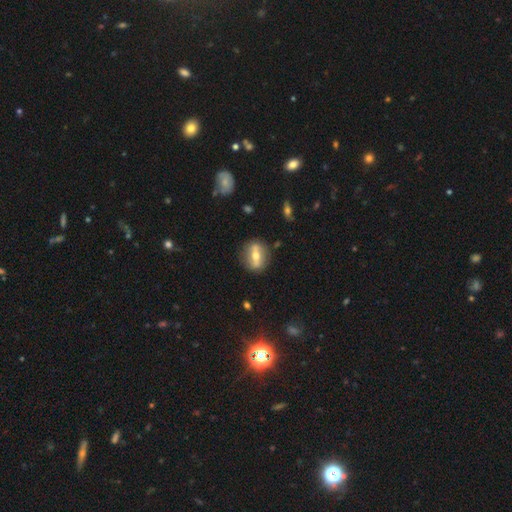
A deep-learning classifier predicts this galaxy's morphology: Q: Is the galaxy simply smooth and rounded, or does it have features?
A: featured or disk — 59%.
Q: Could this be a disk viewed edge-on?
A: no — 64%.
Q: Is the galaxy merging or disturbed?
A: none — 83%.